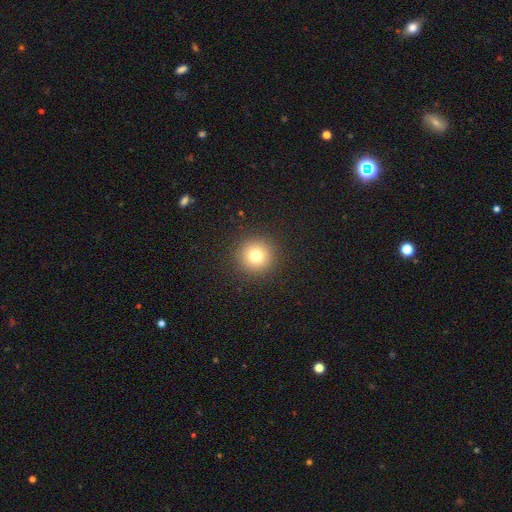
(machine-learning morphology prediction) Overall: smooth (77%). How rounded: round (95%). Merging: none (92%).